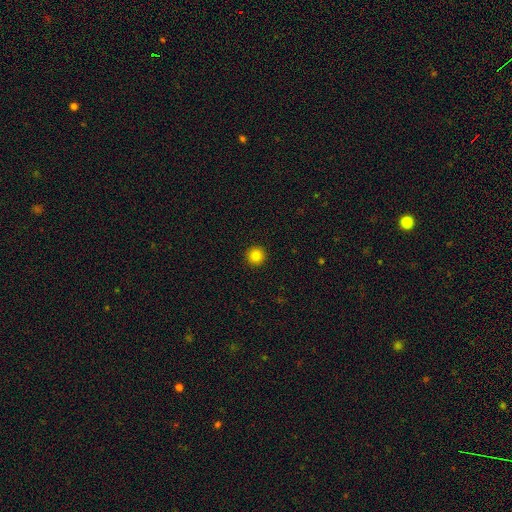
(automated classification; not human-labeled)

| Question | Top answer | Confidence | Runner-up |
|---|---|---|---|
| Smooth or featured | smooth | 83% | star or artifact (12%) |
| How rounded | round | 96% | in between (3%) |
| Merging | none | 94% | minor disturbance (4%) |